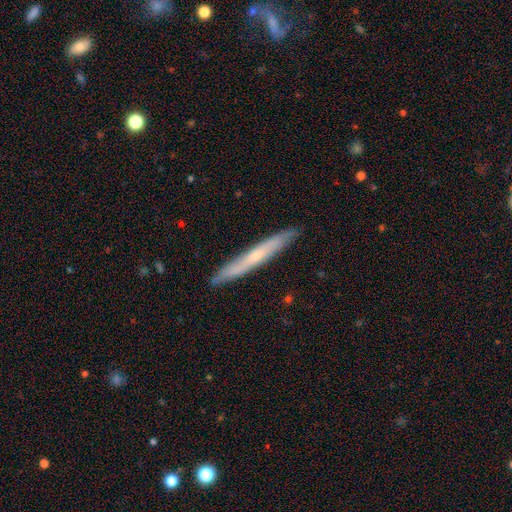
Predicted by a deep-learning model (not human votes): featured or disk 52%, smooth 43%, star or artifact 6%. Down the decision tree: edge-on disk — yes (89%); merging — none (88%).